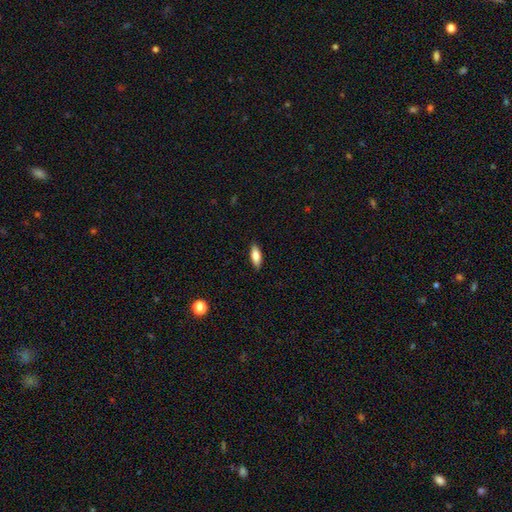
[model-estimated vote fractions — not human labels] Smooth or featured?
  - smooth: 81% *
  - featured or disk: 12%
  - star or artifact: 7%
How rounded?
  - in between: 73% *
  - cigar-shaped: 25%
  - round: 2%
Merging?
  - none: 88% *
  - minor disturbance: 9%
  - major disturbance: 2%
  - merger: 1%